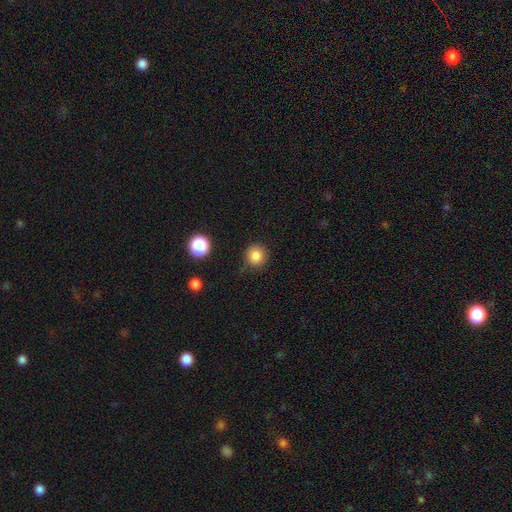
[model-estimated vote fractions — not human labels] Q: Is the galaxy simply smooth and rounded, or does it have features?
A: smooth — 84%.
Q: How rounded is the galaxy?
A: round — 91%.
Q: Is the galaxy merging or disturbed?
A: none — 85%.